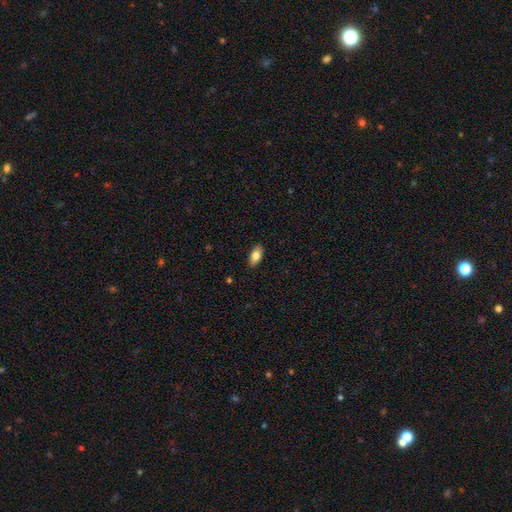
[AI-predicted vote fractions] smooth-or-featured: smooth: 79% | featured or disk: 14% | star or artifact: 7%
  how-rounded: in between: 90% | cigar-shaped: 7% | round: 4%
  merging: none: 87% | minor disturbance: 10% | major disturbance: 2% | merger: 1%